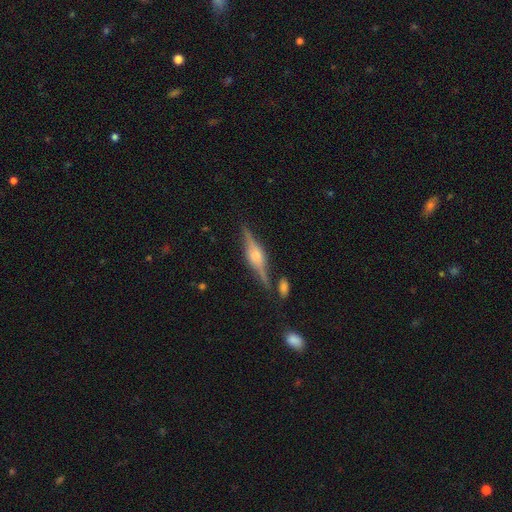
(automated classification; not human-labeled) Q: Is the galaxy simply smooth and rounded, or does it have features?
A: featured or disk — 82%.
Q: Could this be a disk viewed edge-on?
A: yes — 97%.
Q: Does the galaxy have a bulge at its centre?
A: rounded — 79%.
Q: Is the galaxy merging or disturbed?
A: none — 80%.